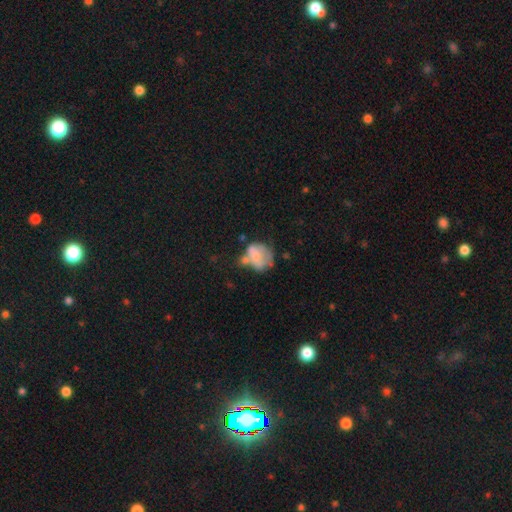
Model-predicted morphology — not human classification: type=smooth (60%); roundness=round (53%); merging=none (29%).